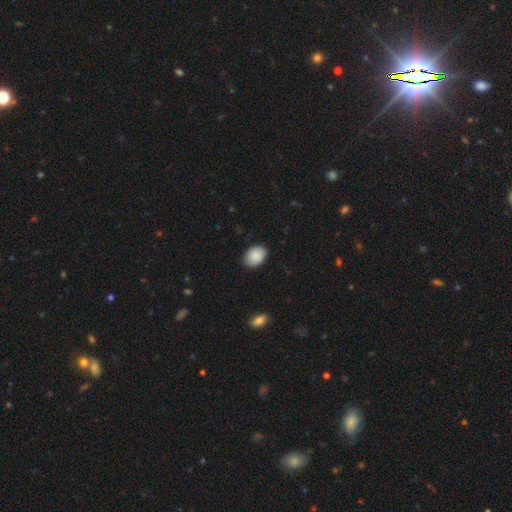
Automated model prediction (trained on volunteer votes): smooth 89%, star or artifact 6%, featured or disk 4%. Down the decision tree: how rounded — in between (76%); merging — none (84%).